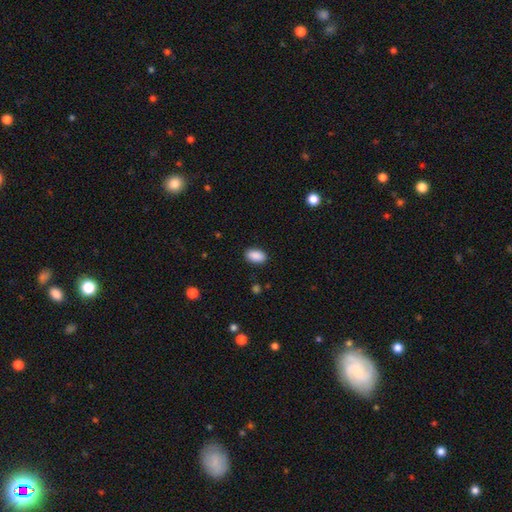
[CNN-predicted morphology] A smooth galaxy with no disk features (90%) that is in between round and cigar-shaped (93%).

Vote fractions:
- Smooth or featured? smooth: 90% / star or artifact: 7% / featured or disk: 3%
- How rounded? in between: 93% / round: 6% / cigar-shaped: 2%
- Merging? none: 88% / minor disturbance: 8% / major disturbance: 2% / merger: 1%